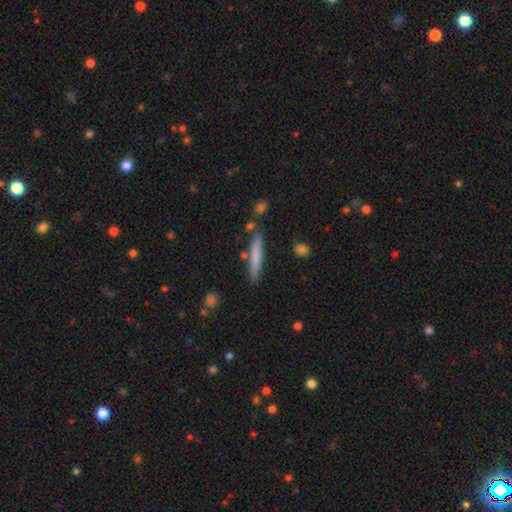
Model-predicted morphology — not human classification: smooth-or-featured: smooth: 73% | featured or disk: 21% | star or artifact: 6%
  how-rounded: cigar-shaped: 93% | in between: 5% | round: 1%
  merging: none: 82% | minor disturbance: 11% | merger: 5% | major disturbance: 2%